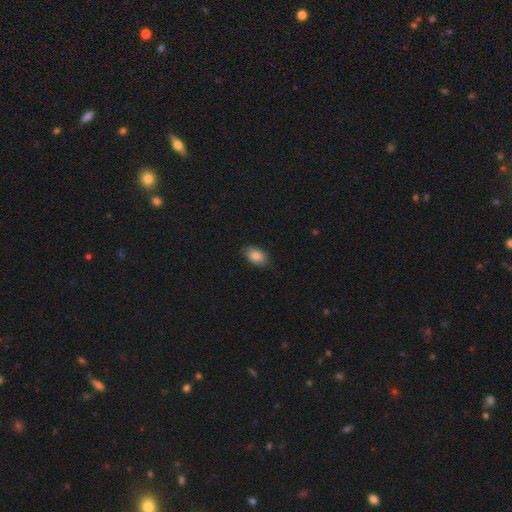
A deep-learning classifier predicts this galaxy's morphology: The model was most divided on "merging": none: 83%, minor disturbance: 13%, major disturbance: 2%, merger: 1%. More confident: how rounded — in between (86%); smooth or featured — smooth (85%).